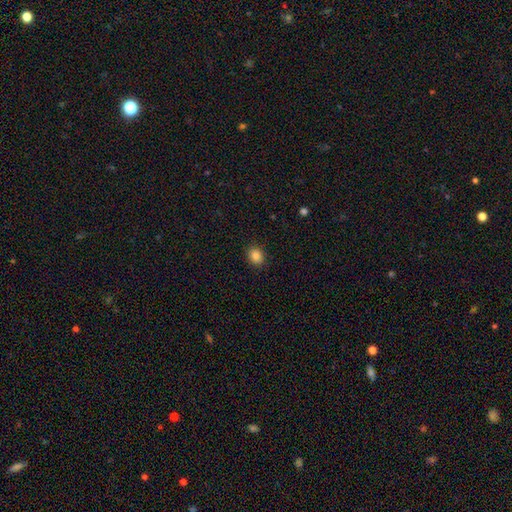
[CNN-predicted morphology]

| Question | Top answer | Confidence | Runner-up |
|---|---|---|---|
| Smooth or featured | smooth | 84% | star or artifact (10%) |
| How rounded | round | 57% | in between (42%) |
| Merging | none | 89% | minor disturbance (7%) |